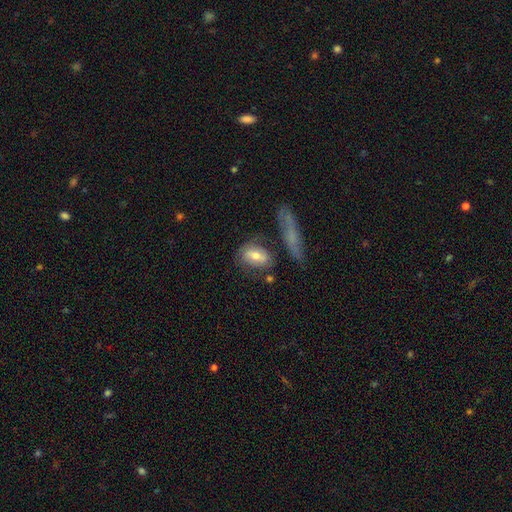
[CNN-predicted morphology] Q: Smooth or featured?
A: smooth (62%); runner-up: featured or disk (30%)
Q: How rounded?
A: in between (75%); runner-up: round (14%)
Q: Merging?
A: none (59%); runner-up: minor disturbance (20%)